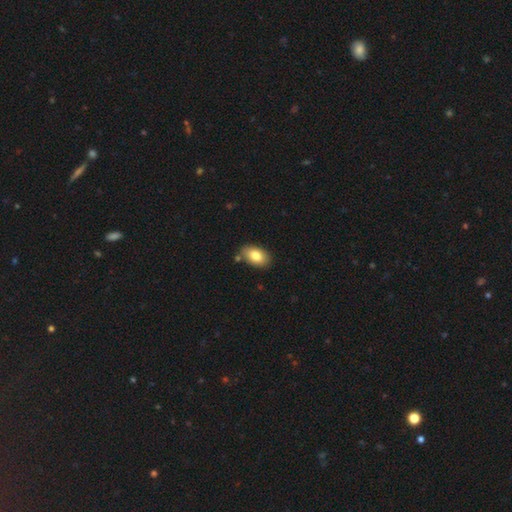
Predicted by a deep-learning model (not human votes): Q: Smooth or featured?
A: smooth (82%); runner-up: featured or disk (11%)
Q: How rounded?
A: in between (90%); runner-up: round (8%)
Q: Merging?
A: none (80%); runner-up: minor disturbance (13%)